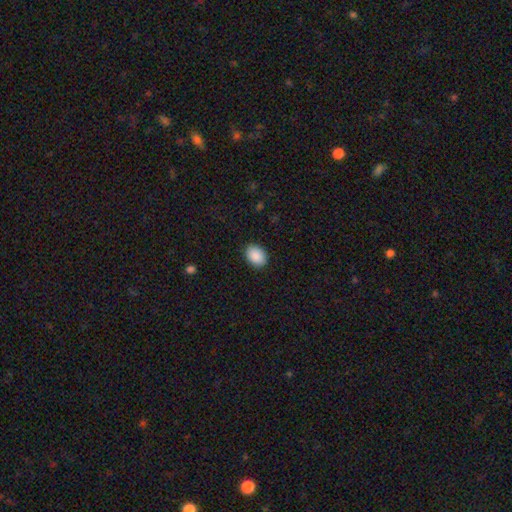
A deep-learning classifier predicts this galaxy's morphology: Smooth or featured?
  - smooth: 90% *
  - star or artifact: 7%
  - featured or disk: 3%
How rounded?
  - in between: 76% *
  - round: 23%
  - cigar-shaped: 1%
Merging?
  - none: 89% *
  - minor disturbance: 8%
  - major disturbance: 2%
  - merger: 1%